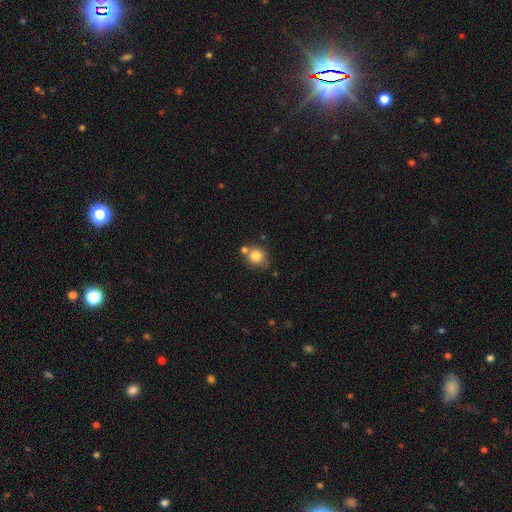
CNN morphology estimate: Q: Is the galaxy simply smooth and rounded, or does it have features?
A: smooth — 80%.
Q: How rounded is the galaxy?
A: round — 80%.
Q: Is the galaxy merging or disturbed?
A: none — 56%.